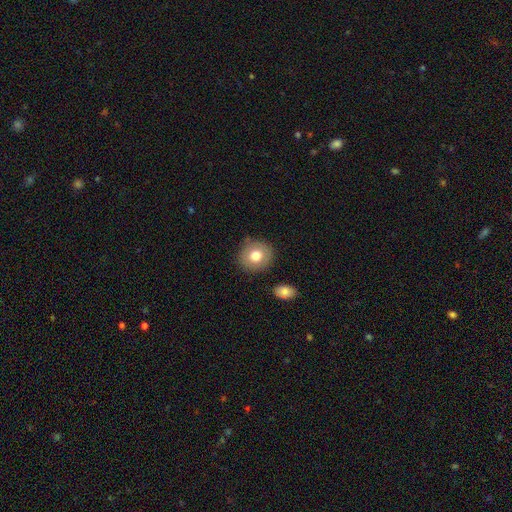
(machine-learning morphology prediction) type=smooth (76%); roundness=round (80%); merging=none (83%).